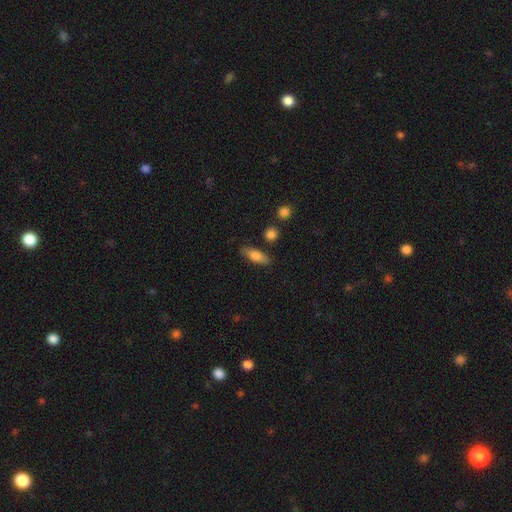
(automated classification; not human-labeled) Smooth or featured? smooth (76%)
How rounded? in between (69%)
Merging? none (79%)